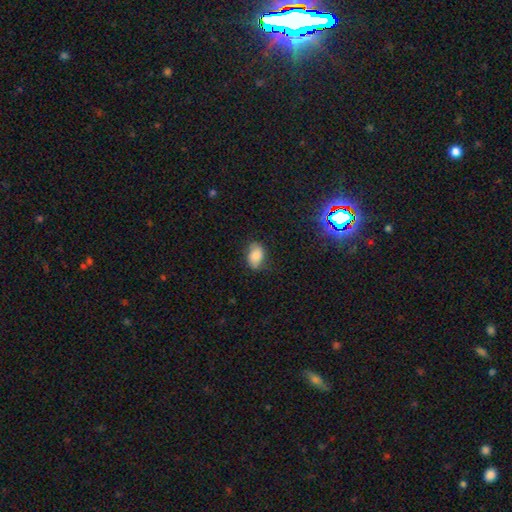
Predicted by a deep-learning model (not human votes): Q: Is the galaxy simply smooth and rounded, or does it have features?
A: smooth — 78%.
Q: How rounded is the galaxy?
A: in between — 84%.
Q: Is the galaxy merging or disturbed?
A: none — 69%.